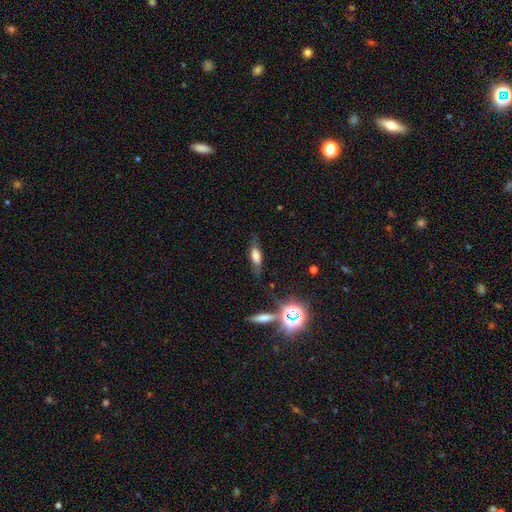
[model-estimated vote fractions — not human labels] Overall: smooth (58%; featured or disk 29%). How rounded: in between (52%; cigar-shaped 44%). Merging: none (67%).